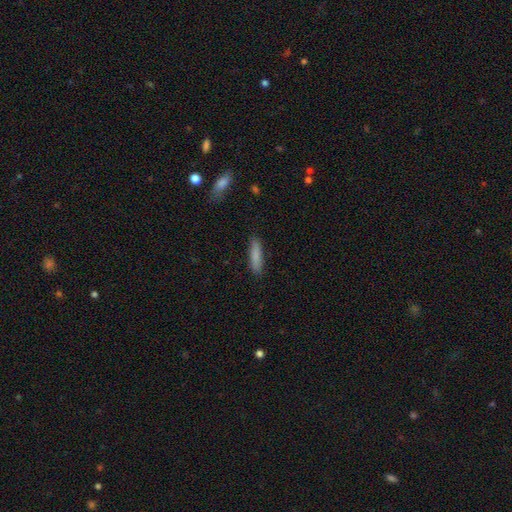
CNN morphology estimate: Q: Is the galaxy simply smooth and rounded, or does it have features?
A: smooth — 84%.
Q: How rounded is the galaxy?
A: cigar-shaped — 76%.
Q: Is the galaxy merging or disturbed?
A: none — 87%.